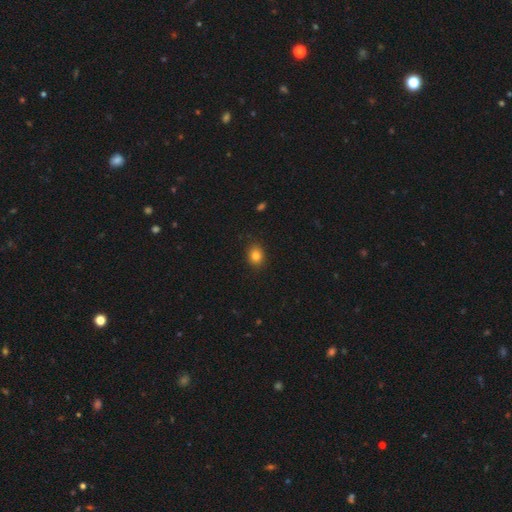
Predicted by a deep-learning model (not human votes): Overall: smooth (83%). How rounded: round (57%; in between 42%). Merging: none (88%).